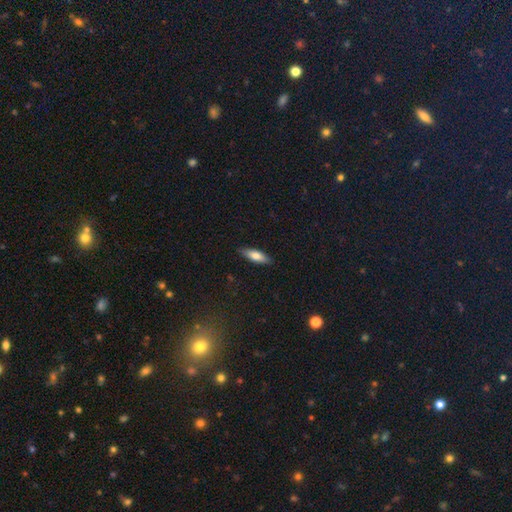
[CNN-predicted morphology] smooth-or-featured: smooth: 72% | featured or disk: 21% | star or artifact: 6%
  how-rounded: cigar-shaped: 49% (tied) | in between: 49% (tied) | round: 2%
  merging: none: 87% | minor disturbance: 10% | major disturbance: 2% | merger: 1%